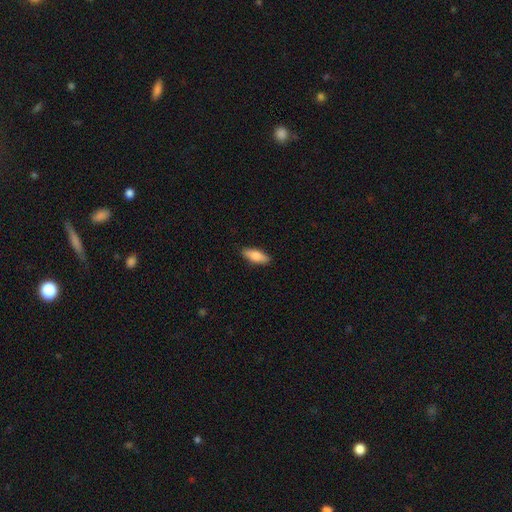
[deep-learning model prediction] Q: Smooth or featured?
A: smooth (78%); runner-up: featured or disk (16%)
Q: How rounded?
A: in between (67%); runner-up: cigar-shaped (30%)
Q: Merging?
A: none (89%); runner-up: minor disturbance (9%)